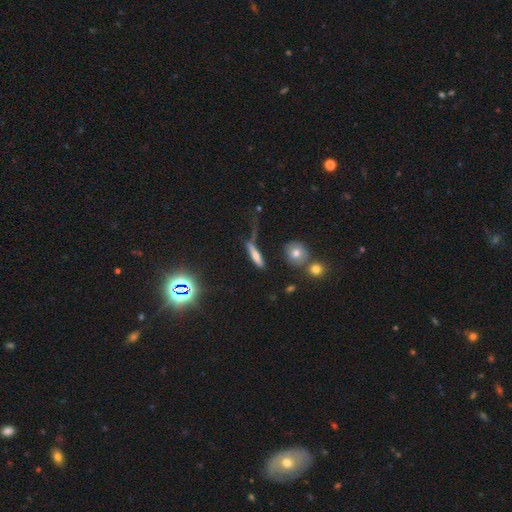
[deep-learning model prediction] smooth 54%, featured or disk 31%, star or artifact 15%. Down the decision tree: how rounded — cigar-shaped (74%); merging — none (57%).